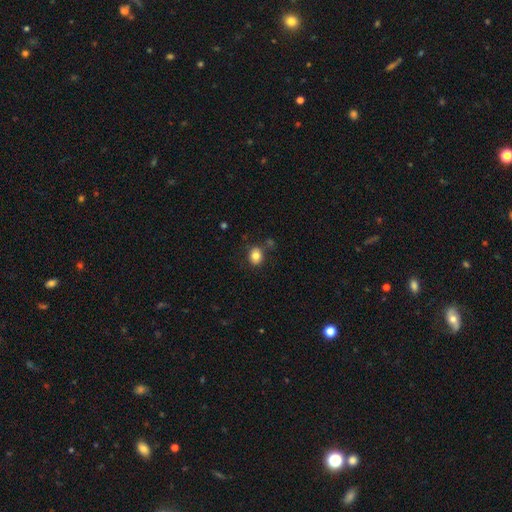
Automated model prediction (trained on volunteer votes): A smooth galaxy with no disk features (82%) that is round (58%).

Vote fractions:
- Smooth or featured? smooth: 82% / star or artifact: 10% / featured or disk: 8%
- How rounded? round: 58% / in between: 41% / cigar-shaped: 1%
- Merging? none: 78% / minor disturbance: 13% / merger: 5% / major disturbance: 4%